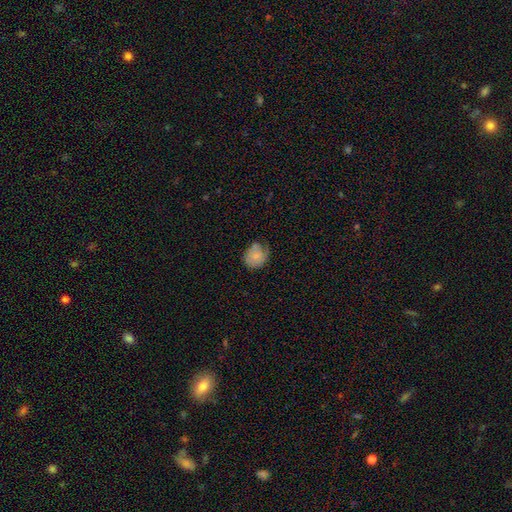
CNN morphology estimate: Smooth or featured: smooth — 74% (featured or disk — 17%)
How rounded: round — 68% (in between — 32%)
Merging: none — 50% (minor disturbance — 34%)